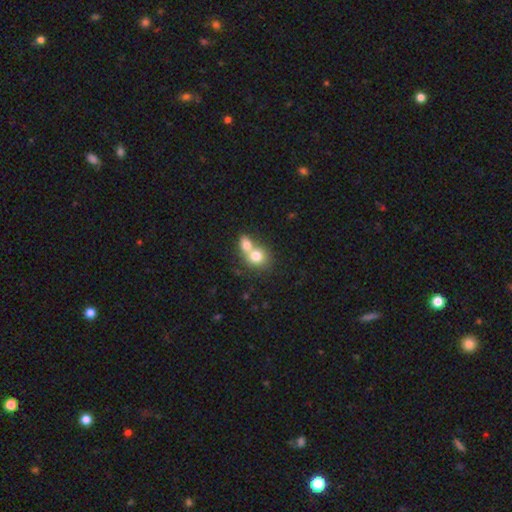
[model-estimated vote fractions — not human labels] Overall: smooth (75%). How rounded: round (65%; in between 34%). Merging: merger (69%).